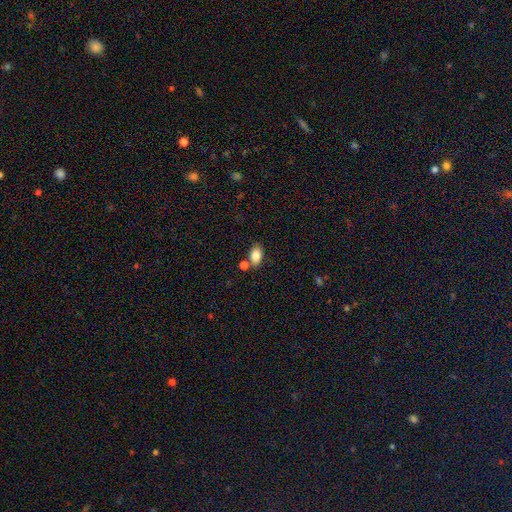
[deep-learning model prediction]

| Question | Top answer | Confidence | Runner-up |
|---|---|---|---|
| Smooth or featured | smooth | 85% | star or artifact (8%) |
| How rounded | in between | 89% | round (10%) |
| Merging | none | 67% | merger (16%) |